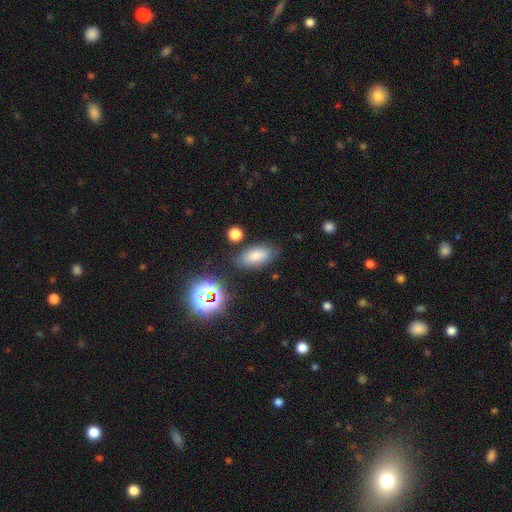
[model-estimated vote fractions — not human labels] A smooth galaxy with no disk features (78%) that is in between round and cigar-shaped (89%).

Vote fractions:
- Smooth or featured? smooth: 78% / star or artifact: 13% / featured or disk: 10%
- How rounded? in between: 89% / cigar-shaped: 7% / round: 5%
- Merging? none: 78% / minor disturbance: 14% / major disturbance: 4% / merger: 4%